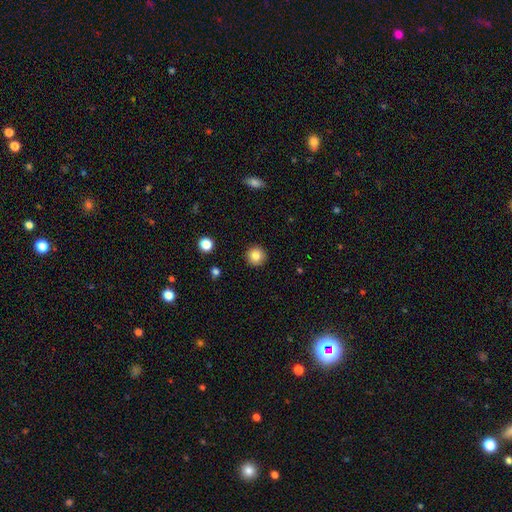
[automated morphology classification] The model was most divided on "smooth or featured": smooth: 84%, star or artifact: 10%, featured or disk: 6%. More confident: how rounded — round (95%); merging — none (92%).